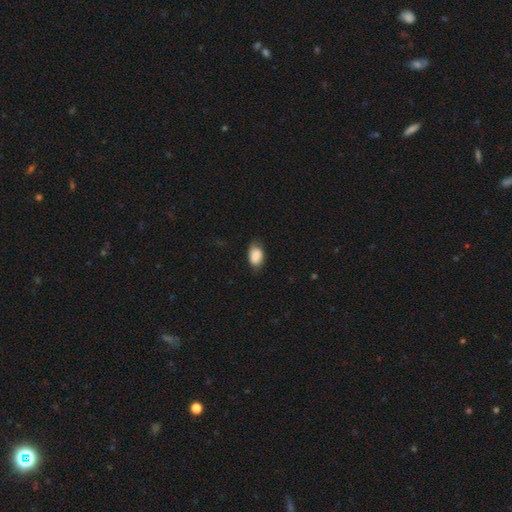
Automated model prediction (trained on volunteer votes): A smooth galaxy with no disk features (86%) that is in between round and cigar-shaped (89%). Merging: none (72%).